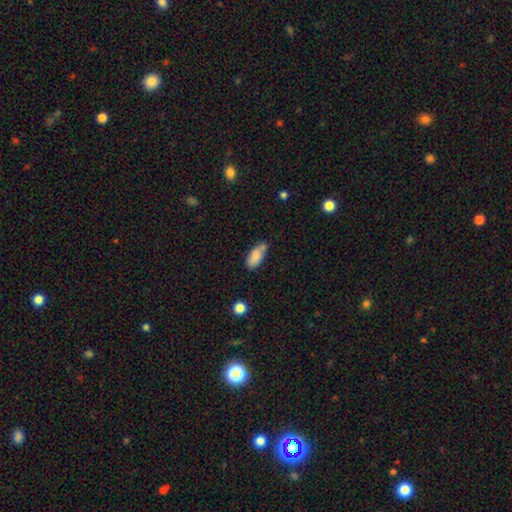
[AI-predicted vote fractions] smooth_or_featured: smooth (p=0.80) [alt: featured or disk p=0.12]
how_rounded: in between (p=0.83) [alt: cigar-shaped p=0.15]
merging: none (p=0.55) [alt: minor disturbance p=0.23]